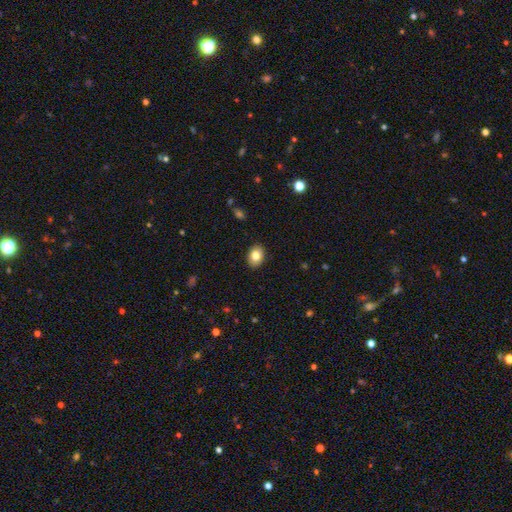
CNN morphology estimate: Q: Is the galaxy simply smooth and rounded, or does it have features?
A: smooth — 81%.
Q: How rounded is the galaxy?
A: in between — 70%.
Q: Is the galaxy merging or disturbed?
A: none — 90%.